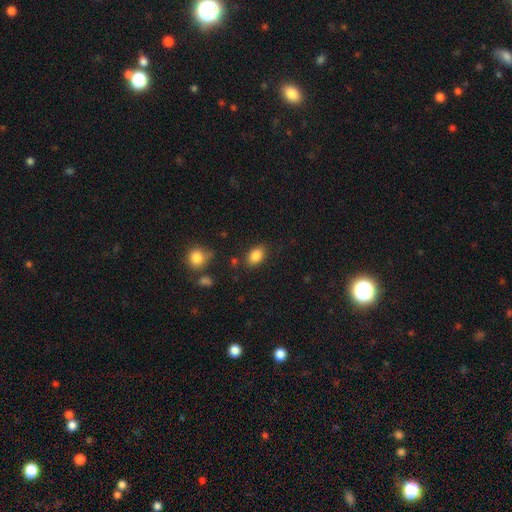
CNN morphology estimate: type=smooth (86%); roundness=in between (84%); merging=none (80%).